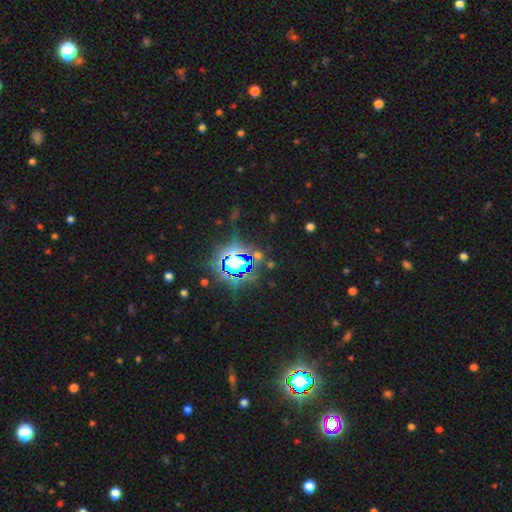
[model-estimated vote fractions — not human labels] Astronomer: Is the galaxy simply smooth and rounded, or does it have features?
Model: star or artifact — 80%.